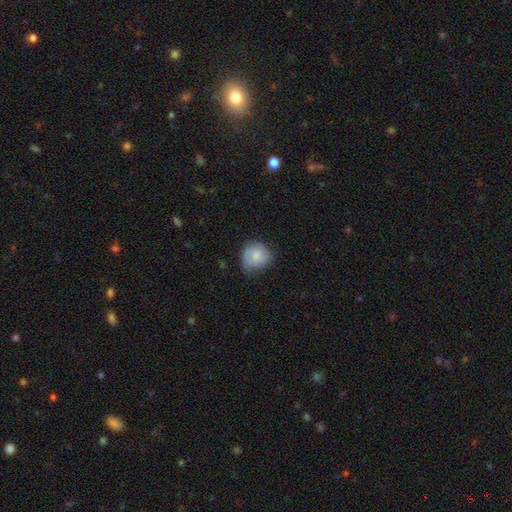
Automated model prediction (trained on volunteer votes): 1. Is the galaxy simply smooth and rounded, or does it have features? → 70% smooth, 23% featured or disk, 7% star or artifact.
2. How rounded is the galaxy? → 82% round, 17% in between, 1% cigar-shaped.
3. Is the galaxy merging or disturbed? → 62% none, 29% minor disturbance, 8% major disturbance, 1% merger.